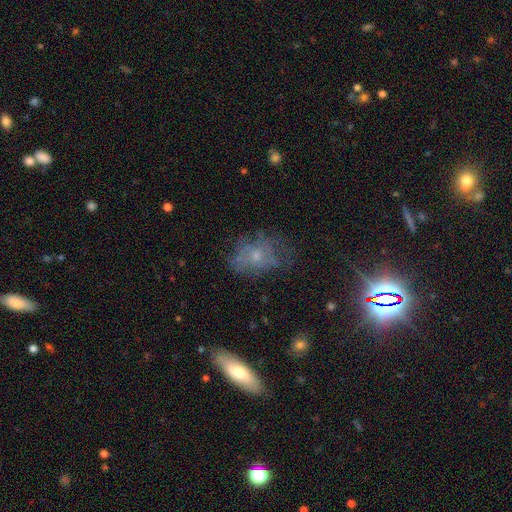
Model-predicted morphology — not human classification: A smooth galaxy with no disk features (42%).

Vote fractions:
- Smooth or featured? smooth: 42% / featured or disk: 40% / star or artifact: 18%
- Merging? none: 50% / minor disturbance: 25% / major disturbance: 22% / merger: 3%